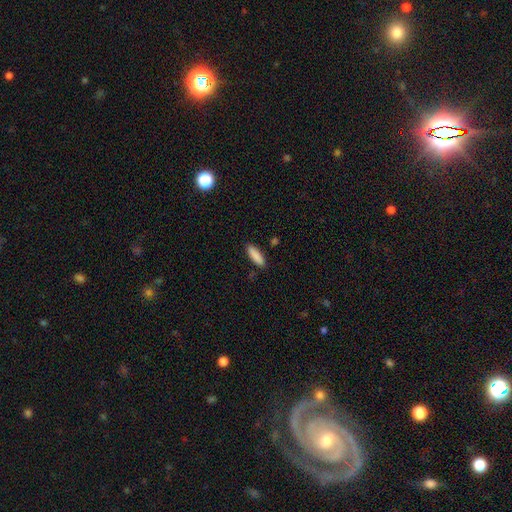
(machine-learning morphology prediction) Overall: smooth (88%). How rounded: cigar-shaped (59%; in between 39%). Merging: none (89%).